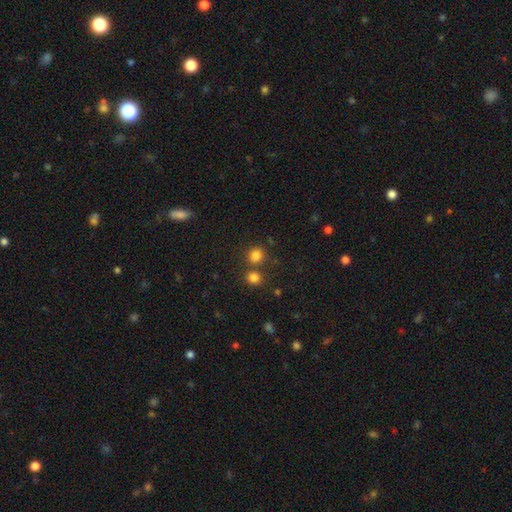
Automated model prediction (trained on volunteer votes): Morphology: type=smooth (81%); roundness=round (83%); merging=none (70%).